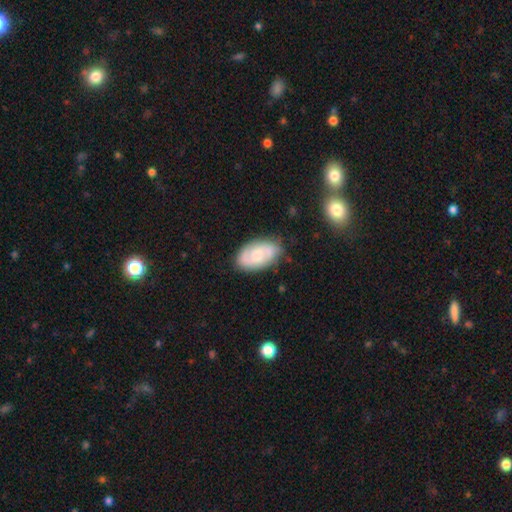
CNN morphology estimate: Overall: featured or disk (62%; smooth 32%). Edge-on disk: no (96%). Bar: no (63%; weak 32%). Spiral arms: yes (88%). Spiral arm count: 2 (78%). Spiral winding: medium (45%; tight 38%). Bulge size: moderate (50%; small 37%). Merging: none (77%).